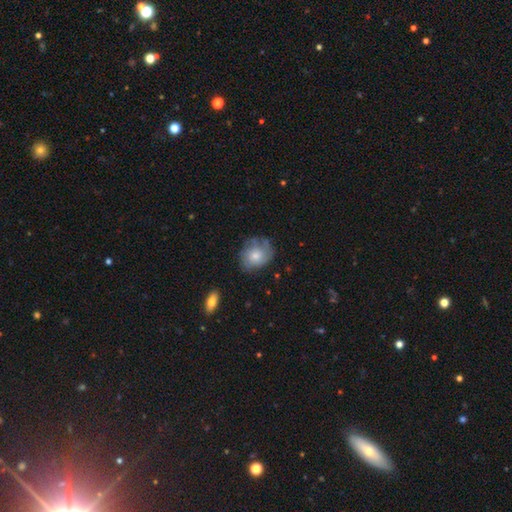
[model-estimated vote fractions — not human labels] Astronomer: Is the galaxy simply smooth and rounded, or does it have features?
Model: smooth — 59%.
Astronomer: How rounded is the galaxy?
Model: round — 62% (runner-up: in between, 37%).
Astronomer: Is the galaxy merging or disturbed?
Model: none — 60%.